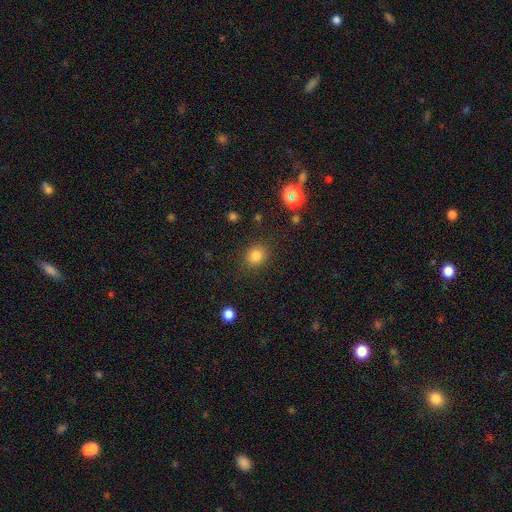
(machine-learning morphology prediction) Q: Smooth or featured?
A: smooth (81%); runner-up: star or artifact (13%)
Q: How rounded?
A: round (70%); runner-up: in between (29%)
Q: Merging?
A: none (86%); runner-up: minor disturbance (9%)